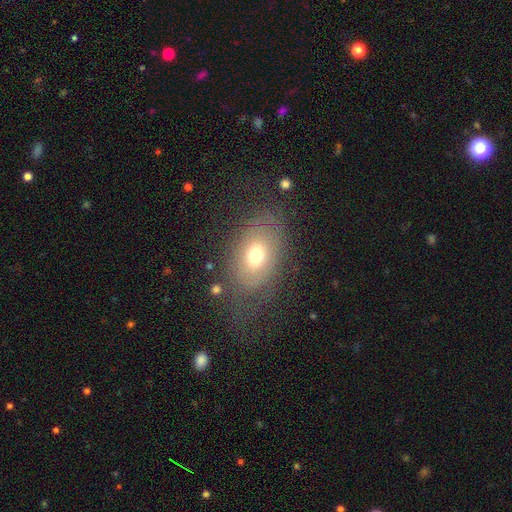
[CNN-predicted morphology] Smooth or featured?
  - smooth: 49% *
  - featured or disk: 40%
  - star or artifact: 11%
Merging?
  - none: 65% *
  - minor disturbance: 18%
  - major disturbance: 15%
  - merger: 2%